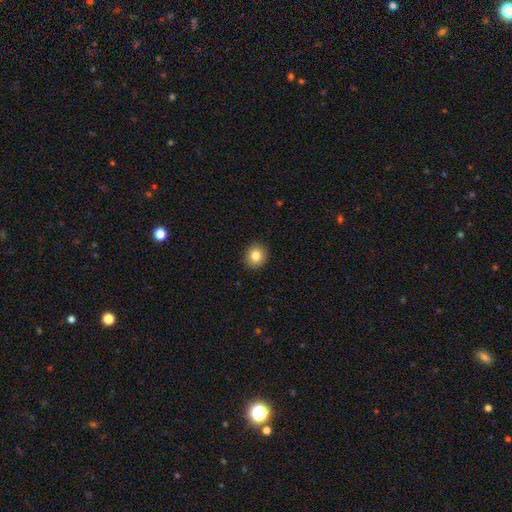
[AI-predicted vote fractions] Smooth or featured?
  - smooth: 82% *
  - star or artifact: 10%
  - featured or disk: 8%
How rounded?
  - round: 84% *
  - in between: 15%
  - cigar-shaped: 1%
Merging?
  - none: 91% *
  - minor disturbance: 6%
  - major disturbance: 2%
  - merger: 1%